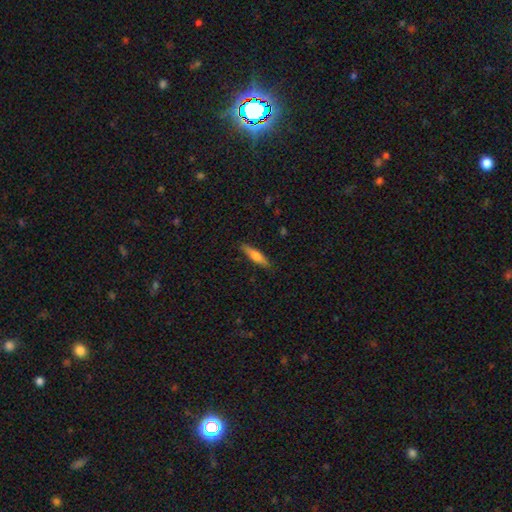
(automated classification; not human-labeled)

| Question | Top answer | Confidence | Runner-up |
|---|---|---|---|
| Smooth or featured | smooth | 57% | featured or disk (37%) |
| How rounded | cigar-shaped | 78% | in between (20%) |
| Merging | none | 88% | minor disturbance (9%) |